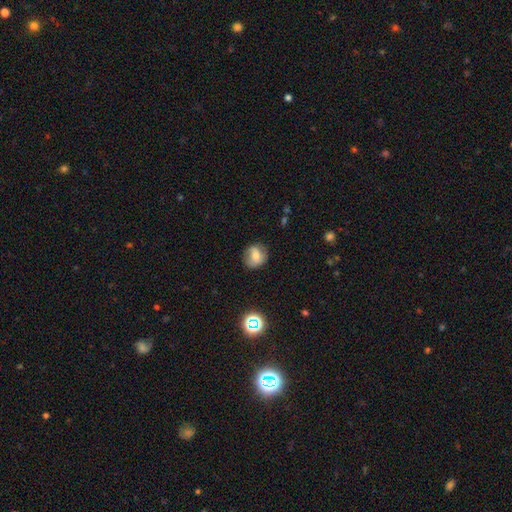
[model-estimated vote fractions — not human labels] The model was most divided on "smooth or featured": smooth: 66%, featured or disk: 22%, star or artifact: 12%. More confident: merging — none (73%); how rounded — round (72%).